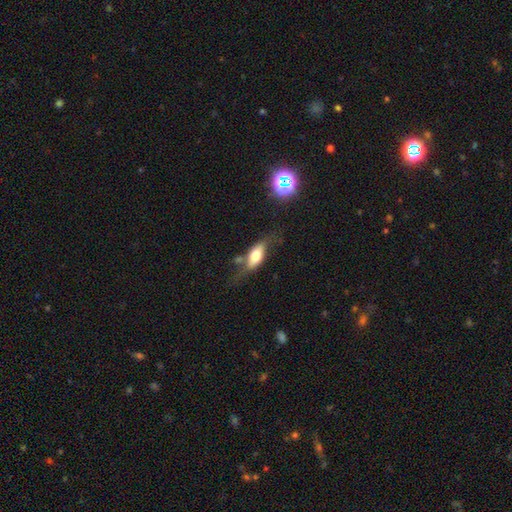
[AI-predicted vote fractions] The model was most divided on "smooth or featured": smooth: 55%, featured or disk: 37%, star or artifact: 8%. Remaining: how rounded — in between (78%); merging — none (48%).